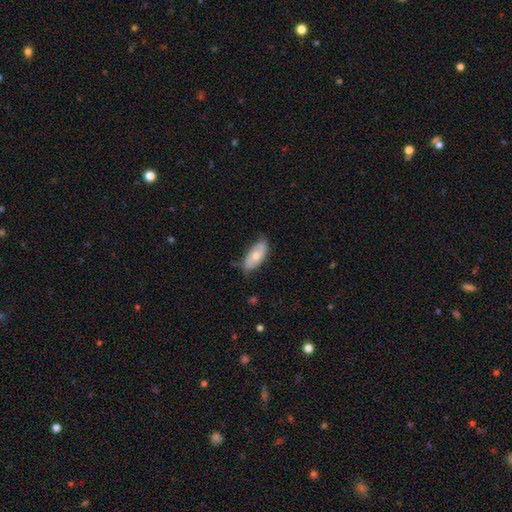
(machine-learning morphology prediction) Overall: smooth (56%; featured or disk 37%). How rounded: in between (86%). Merging: none (73%).